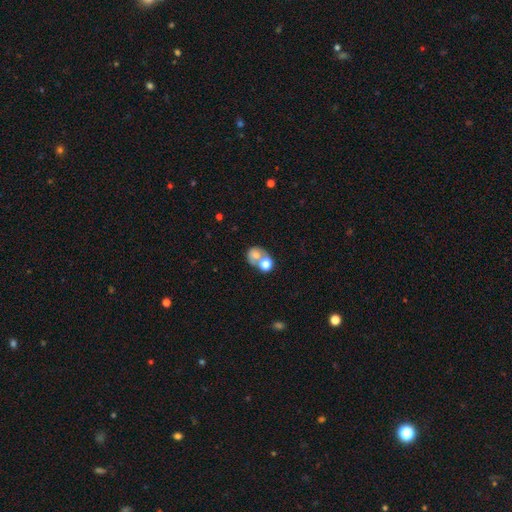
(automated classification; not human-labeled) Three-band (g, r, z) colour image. It shows a smooth galaxy with no disk features (64%) that is round (66%). Merging: merger (55%).